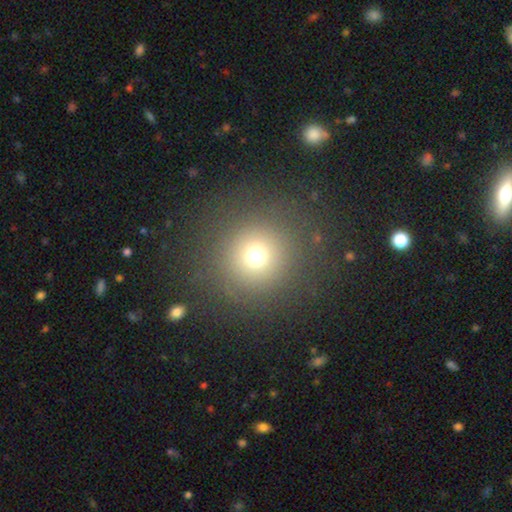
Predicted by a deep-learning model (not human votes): Smooth or featured? smooth (69%)
How rounded? round (95%)
Merging? none (86%)